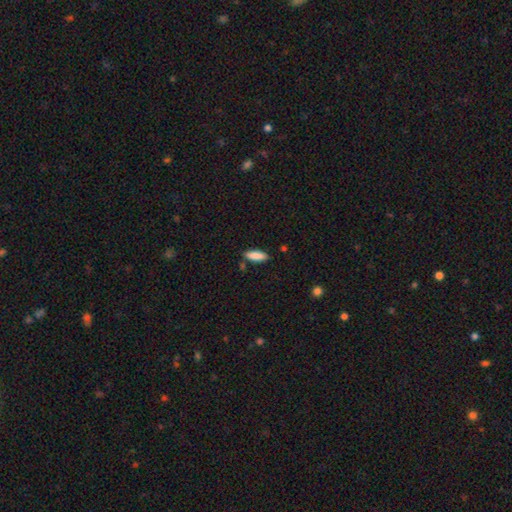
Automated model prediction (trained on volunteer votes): Overall: smooth (87%). How rounded: in between (56%; cigar-shaped 42%). Merging: none (81%).